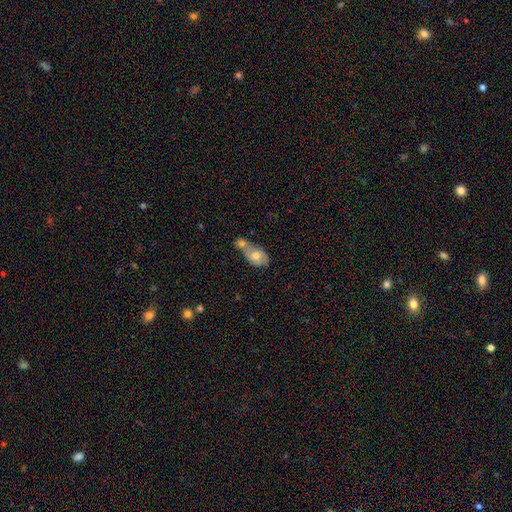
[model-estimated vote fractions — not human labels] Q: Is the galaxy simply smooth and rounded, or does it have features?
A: smooth — 59%.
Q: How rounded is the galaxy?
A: in between — 78%.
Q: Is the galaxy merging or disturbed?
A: merger — 59%.